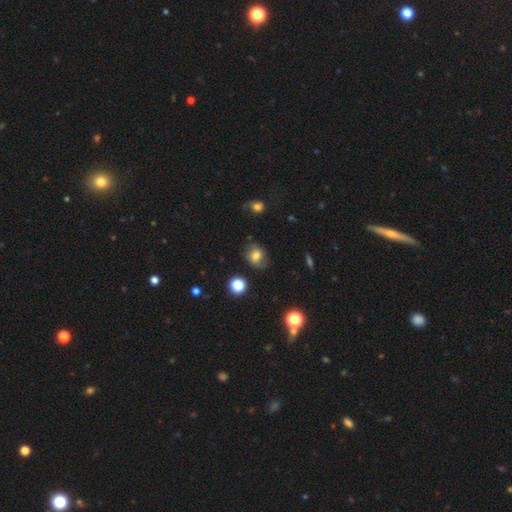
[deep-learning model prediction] smooth 68%, featured or disk 19%, star or artifact 13%. Down the decision tree: how rounded — round (59%); merging — none (63%).